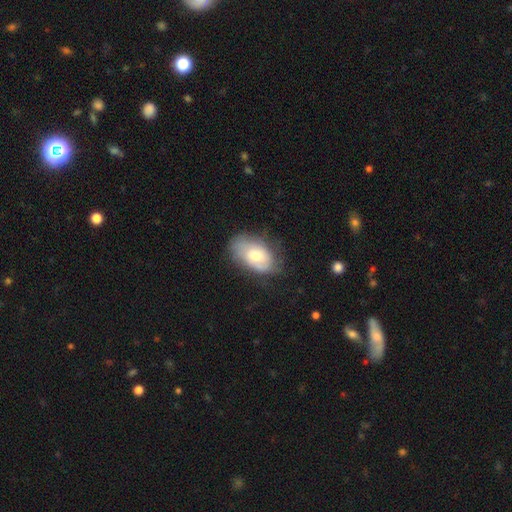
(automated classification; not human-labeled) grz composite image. It shows a smooth galaxy with no disk features (62%) that is in between round and cigar-shaped (90%). Merging: none (62%).